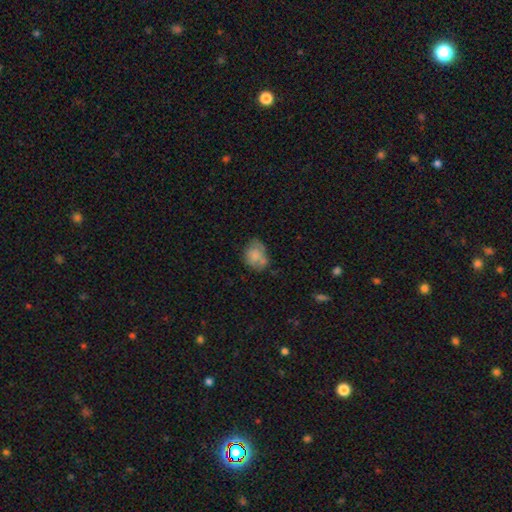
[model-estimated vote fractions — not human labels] smooth_or_featured: smooth (p=0.70) [alt: featured or disk p=0.21]
how_rounded: in between (p=0.59) [alt: round p=0.40]
merging: none (p=0.46) [alt: minor disturbance p=0.32]